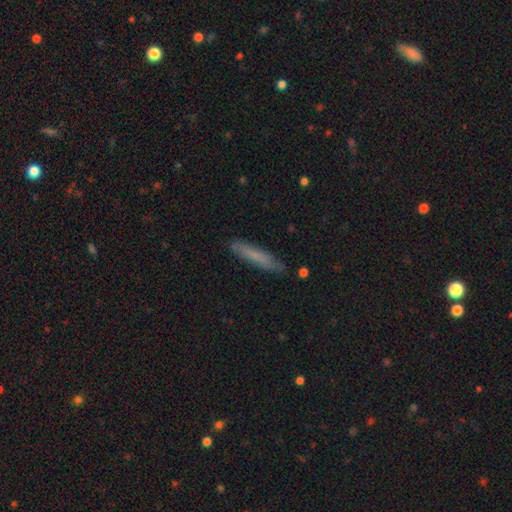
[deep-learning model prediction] smooth 69%, featured or disk 24%, star or artifact 7%. Down the decision tree: how rounded — cigar-shaped (92%); merging — none (83%).